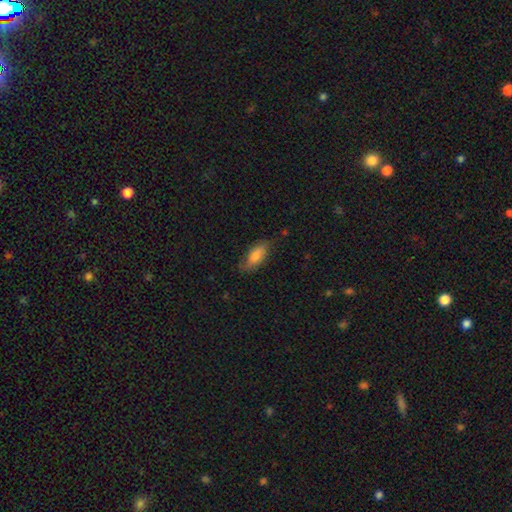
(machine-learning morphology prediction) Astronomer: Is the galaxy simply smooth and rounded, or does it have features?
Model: smooth — 77%.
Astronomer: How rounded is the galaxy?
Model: in between — 80%.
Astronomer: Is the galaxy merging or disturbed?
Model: none — 73%.